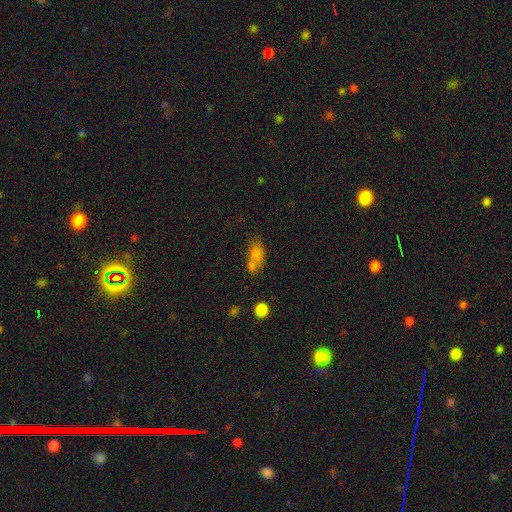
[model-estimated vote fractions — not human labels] A smooth galaxy with no disk features (73%) that is in between round and cigar-shaped (79%). Merging: merger (43%).